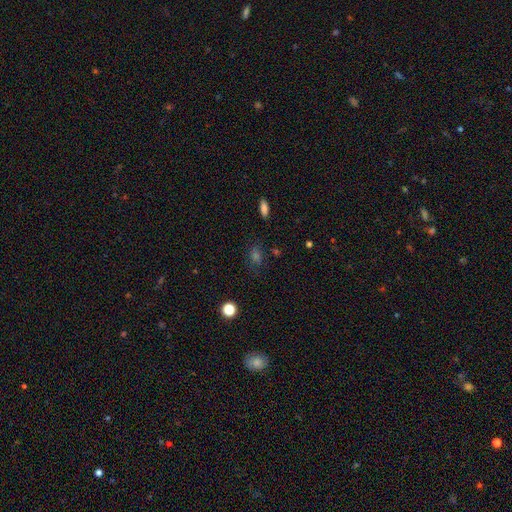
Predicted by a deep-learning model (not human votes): Smooth or featured? smooth (57%)
How rounded? in between (59%)
Merging? none (79%)